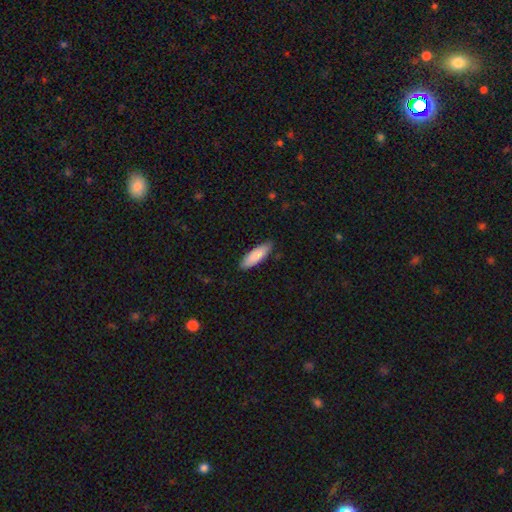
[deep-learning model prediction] Smooth or featured?
  - smooth: 87% *
  - featured or disk: 8%
  - star or artifact: 5%
How rounded?
  - in between: 54% *
  - cigar-shaped: 45%
  - round: 1%
Merging?
  - none: 86% *
  - minor disturbance: 11%
  - major disturbance: 2%
  - merger: 1%